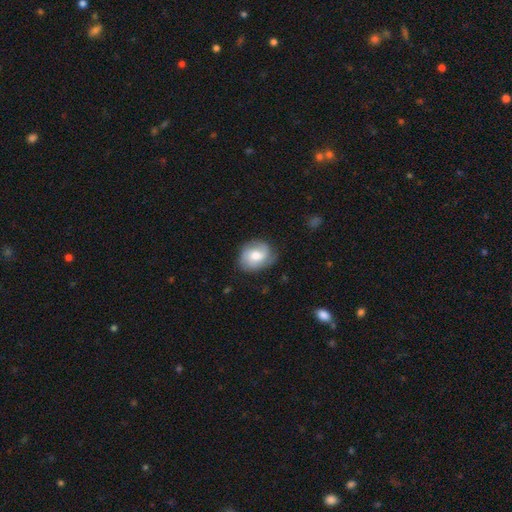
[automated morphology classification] Smooth or featured? featured or disk (49%)
Merging? none (68%)